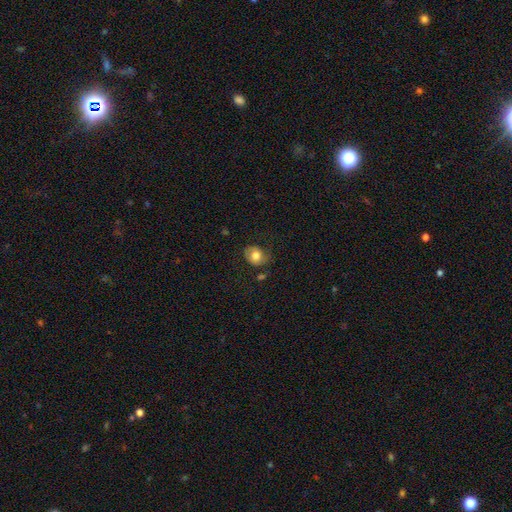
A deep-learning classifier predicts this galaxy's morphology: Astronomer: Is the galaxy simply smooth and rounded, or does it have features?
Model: smooth — 73%.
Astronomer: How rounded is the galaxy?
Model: round — 59% (runner-up: in between, 40%).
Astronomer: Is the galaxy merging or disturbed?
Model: none — 62%.